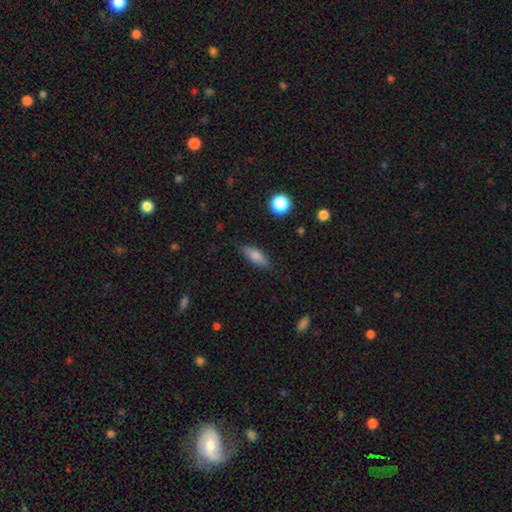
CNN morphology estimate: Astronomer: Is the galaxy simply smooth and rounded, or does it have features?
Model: smooth — 79%.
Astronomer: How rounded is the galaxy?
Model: in between — 72%.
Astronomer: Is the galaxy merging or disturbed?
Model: none — 82%.